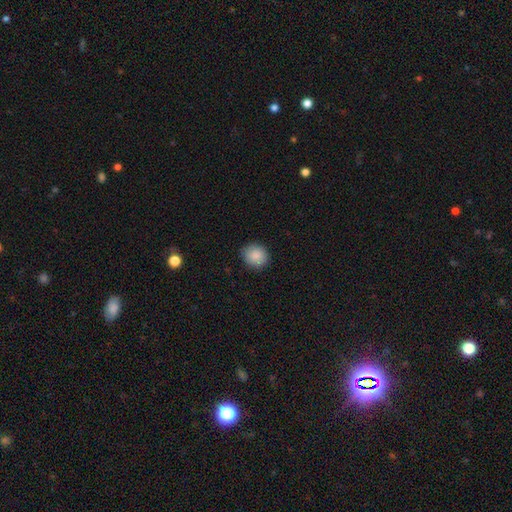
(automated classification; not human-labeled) Q: Smooth or featured?
A: smooth (88%); runner-up: star or artifact (8%)
Q: How rounded?
A: round (82%); runner-up: in between (17%)
Q: Merging?
A: none (87%); runner-up: minor disturbance (10%)